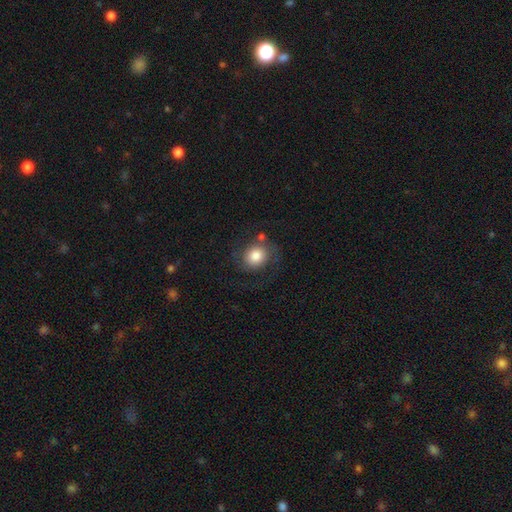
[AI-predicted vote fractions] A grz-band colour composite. It shows a smooth galaxy with no disk features (75%) that is round (67%). Merging: none (62%).